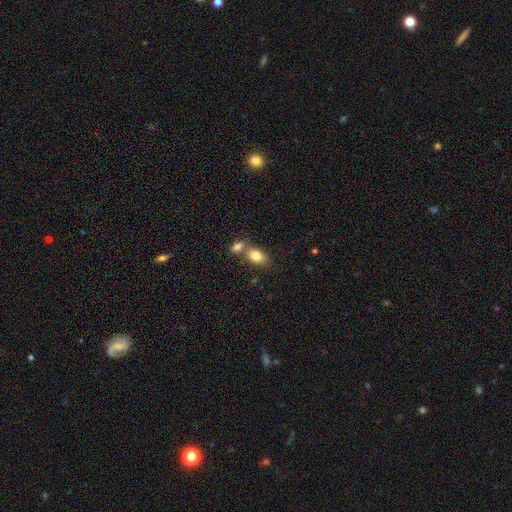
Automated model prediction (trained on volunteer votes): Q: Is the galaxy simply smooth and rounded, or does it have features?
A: smooth — 82%.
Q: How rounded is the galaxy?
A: in between — 87%.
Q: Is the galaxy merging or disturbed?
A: none — 46%.